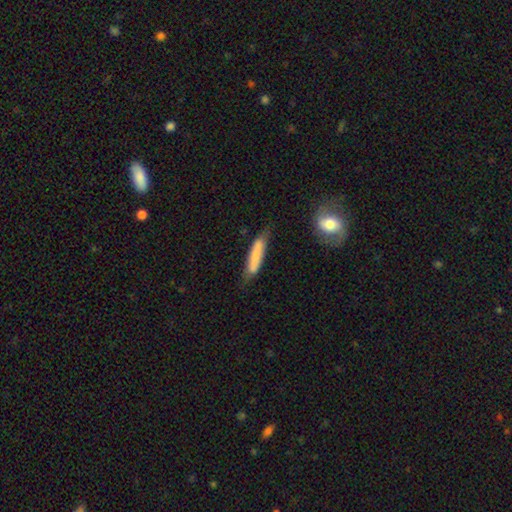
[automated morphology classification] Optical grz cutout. It shows a smooth galaxy with no disk features (73%) that is cigar-shaped (84%). Merging: none (61%).